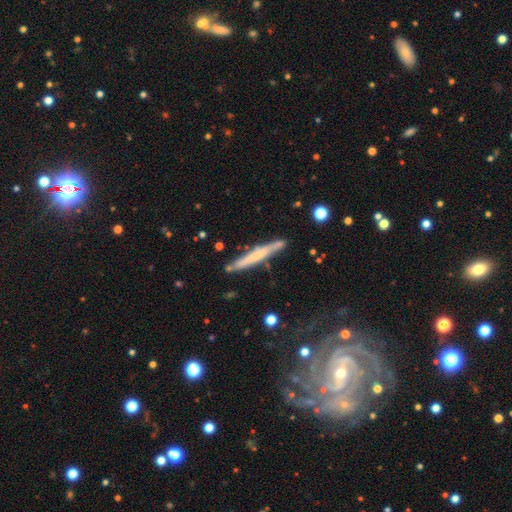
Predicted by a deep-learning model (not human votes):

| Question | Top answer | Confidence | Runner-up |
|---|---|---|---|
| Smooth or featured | smooth | 51% | featured or disk (42%) |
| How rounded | cigar-shaped | 96% | in between (3%) |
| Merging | none | 80% | minor disturbance (14%) |